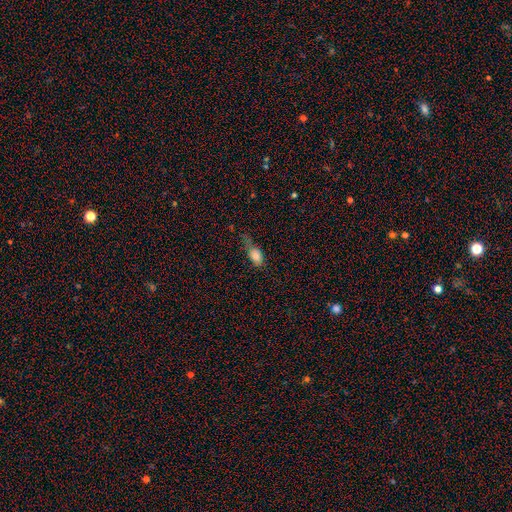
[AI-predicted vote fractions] The model was most divided on "merging" (2-way tie): minor disturbance: 33%, major disturbance: 33%, none: 28%, merger: 6%. More confident: how rounded — in between (80%); smooth or featured — smooth (78%).